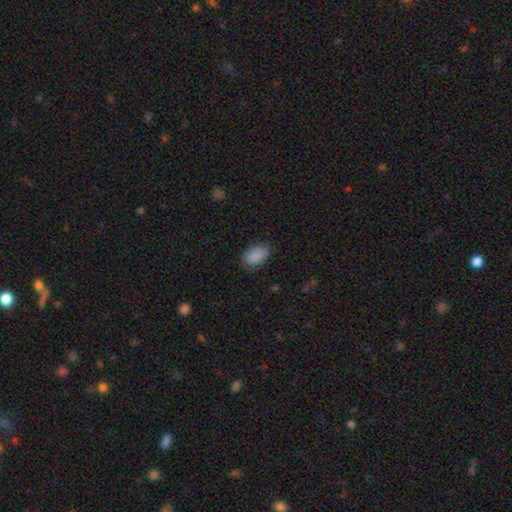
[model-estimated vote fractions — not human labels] A smooth galaxy with no disk features (88%) that is in between round and cigar-shaped (89%).

Vote fractions:
- Smooth or featured? smooth: 88% / star or artifact: 8% / featured or disk: 4%
- How rounded? in between: 89% / round: 10% / cigar-shaped: 1%
- Merging? none: 79% / minor disturbance: 16% / major disturbance: 4% / merger: 1%